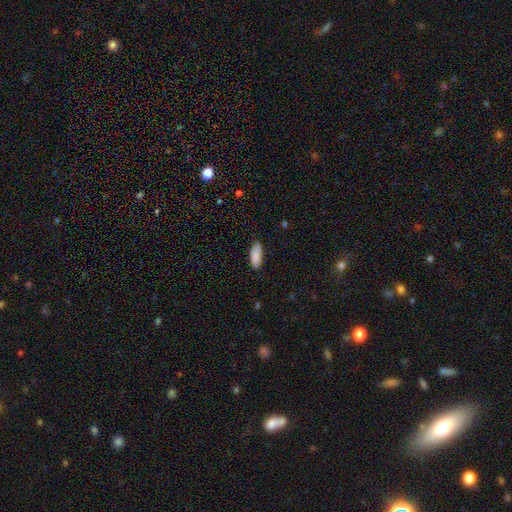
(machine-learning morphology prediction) type=smooth (87%); roundness=in between (76%); merging=none (83%).